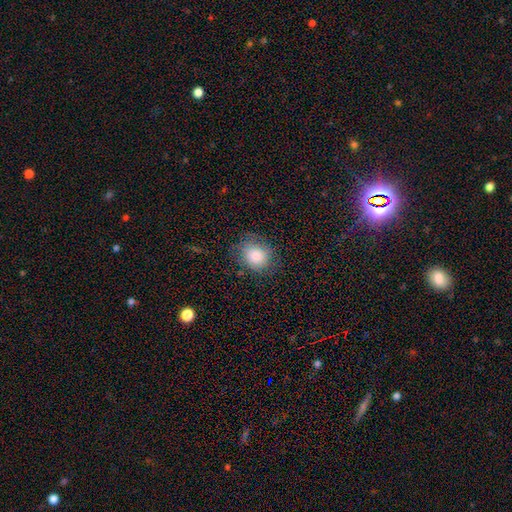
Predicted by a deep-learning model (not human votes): Smooth or featured? smooth (83%)
How rounded? round (62%)
Merging? none (73%)